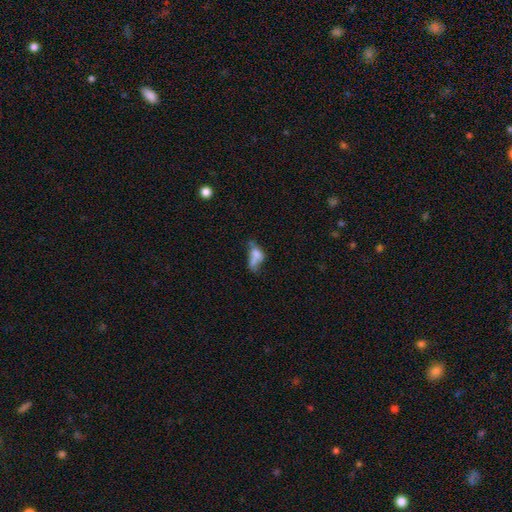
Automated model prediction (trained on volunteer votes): Smooth or featured?
  - smooth: 57% *
  - featured or disk: 31%
  - star or artifact: 13%
How rounded?
  - in between: 77% *
  - cigar-shaped: 12%
  - round: 10%
Merging?
  - merger: 37% *
  - major disturbance: 25%
  - none: 21%
  - minor disturbance: 17%